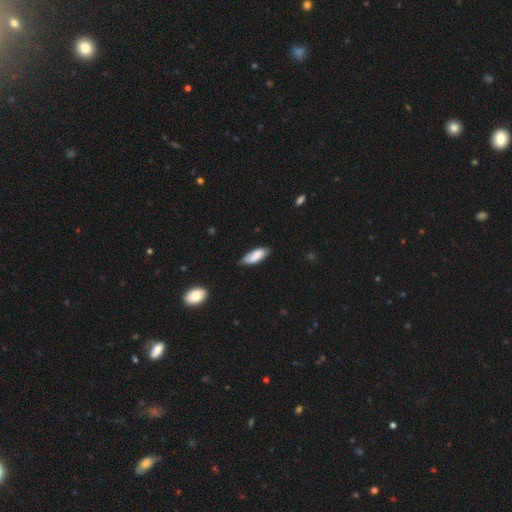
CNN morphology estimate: A smooth galaxy with no disk features (83%) that is in between round and cigar-shaped (75%).

Vote fractions:
- Smooth or featured? smooth: 83% / featured or disk: 11% / star or artifact: 6%
- How rounded? in between: 75% / cigar-shaped: 23% / round: 2%
- Merging? none: 70% / minor disturbance: 25% / major disturbance: 3% / merger: 2%